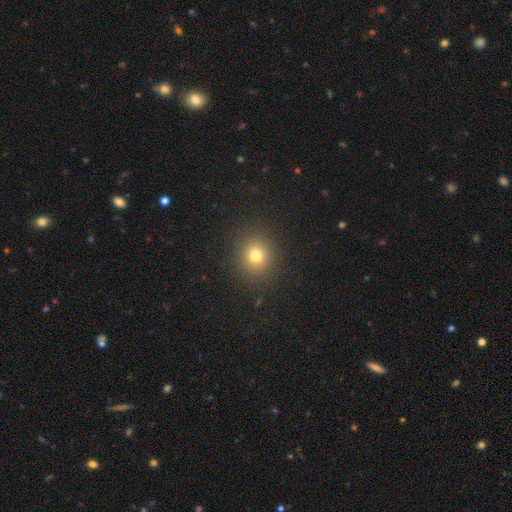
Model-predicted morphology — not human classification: A smooth galaxy with no disk features (76%) that is round (85%). Merging: none (89%).